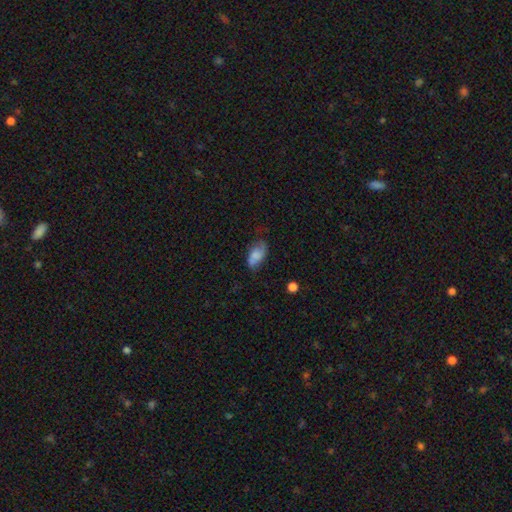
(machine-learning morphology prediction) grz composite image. It shows a smooth galaxy with no disk features (61%) that is in between round and cigar-shaped (92%). Merging: none (56%).